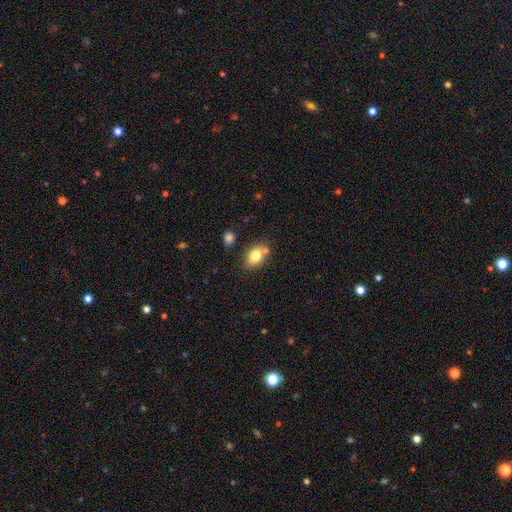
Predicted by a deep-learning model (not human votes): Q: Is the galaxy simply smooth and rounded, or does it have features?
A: smooth — 78%.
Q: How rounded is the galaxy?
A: in between — 73%.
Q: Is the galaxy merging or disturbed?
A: none — 69%.